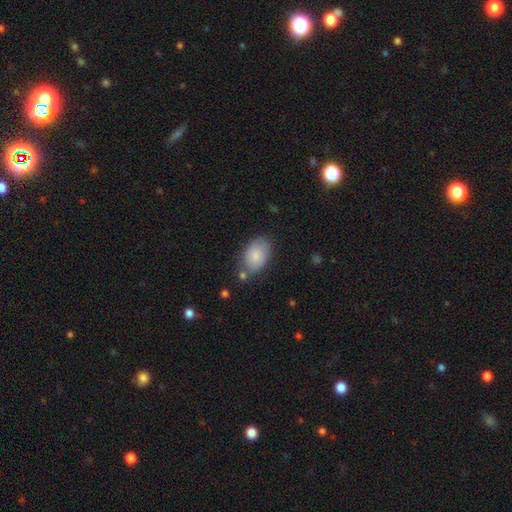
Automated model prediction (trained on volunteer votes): Smooth or featured? Predicted: smooth (p=0.80). How rounded? Predicted: in between (p=0.90). Merging? Predicted: none (p=0.67).